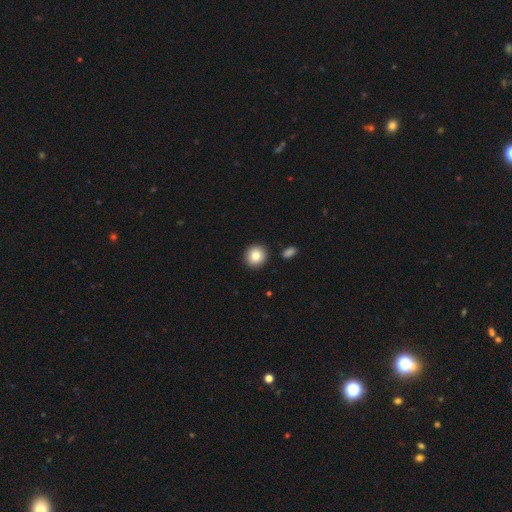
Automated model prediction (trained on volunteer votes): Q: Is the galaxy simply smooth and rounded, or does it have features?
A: smooth — 84%.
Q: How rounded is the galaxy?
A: round — 89%.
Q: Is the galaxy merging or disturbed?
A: none — 90%.